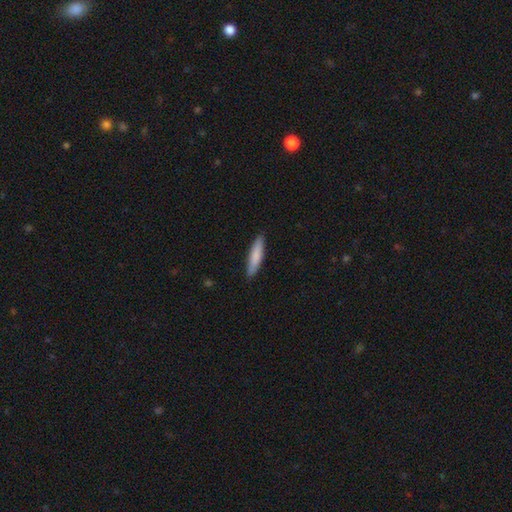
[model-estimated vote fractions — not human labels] A smooth galaxy with no disk features (82%) that is cigar-shaped (81%).

Vote fractions:
- Smooth or featured? smooth: 82% / featured or disk: 13% / star or artifact: 5%
- How rounded? cigar-shaped: 81% / in between: 17% / round: 1%
- Merging? none: 88% / minor disturbance: 9% / major disturbance: 2% / merger: 1%